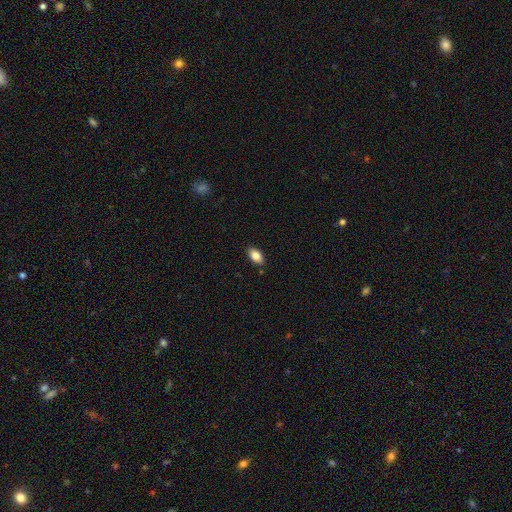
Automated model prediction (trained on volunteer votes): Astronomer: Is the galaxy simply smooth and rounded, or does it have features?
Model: smooth — 84%.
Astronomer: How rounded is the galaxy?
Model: in between — 91%.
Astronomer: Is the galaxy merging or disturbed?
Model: none — 87%.